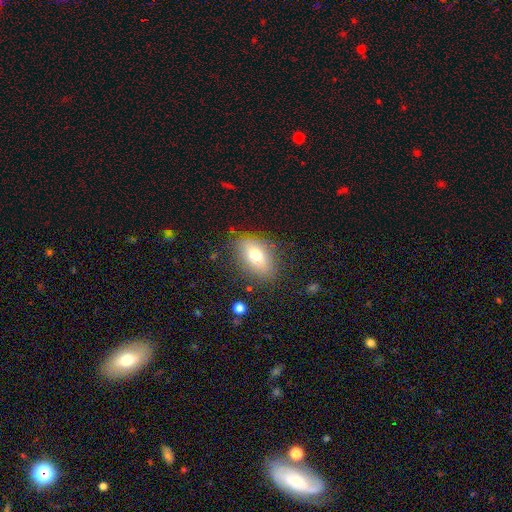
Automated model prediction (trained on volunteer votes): Morphology: type=smooth (69%); roundness=in between (81%); merging=none (80%).